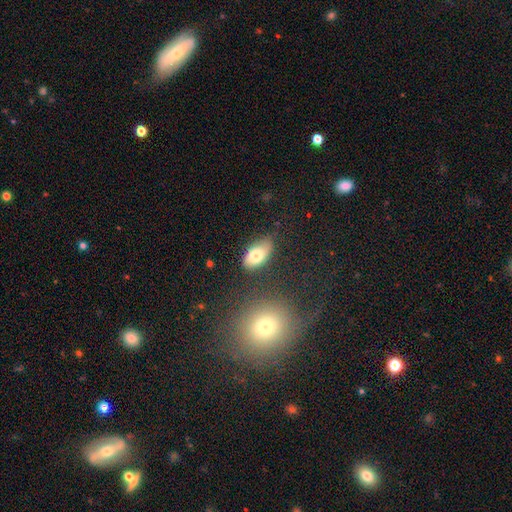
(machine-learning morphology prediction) smooth_or_featured: smooth (p=0.77) [alt: featured or disk p=0.15]
how_rounded: in between (p=0.93) [alt: round p=0.04]
merging: none (p=0.68) [alt: minor disturbance p=0.23]